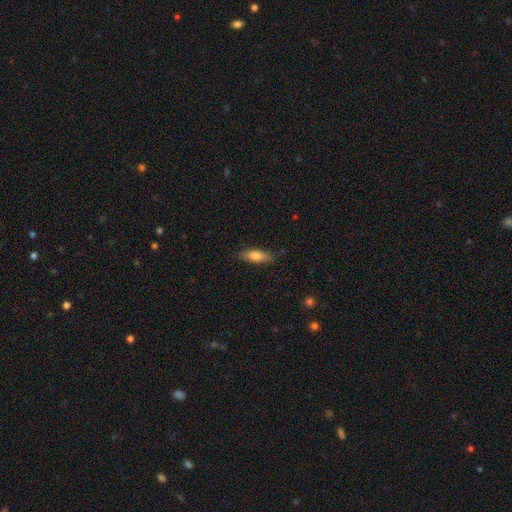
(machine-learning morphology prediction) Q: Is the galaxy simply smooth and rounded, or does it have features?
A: smooth — 75%.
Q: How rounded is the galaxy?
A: in between — 57%.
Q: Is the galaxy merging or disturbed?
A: none — 82%.